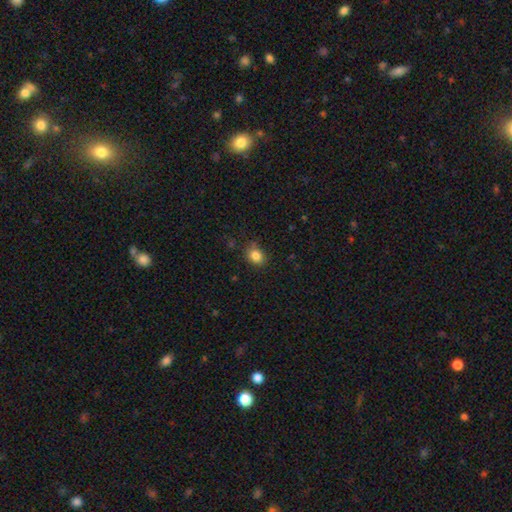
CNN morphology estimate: The model was most divided on "how rounded": round: 51%, in between: 48%, cigar-shaped: 1%. More confident: smooth or featured — smooth (84%); merging — none (78%).